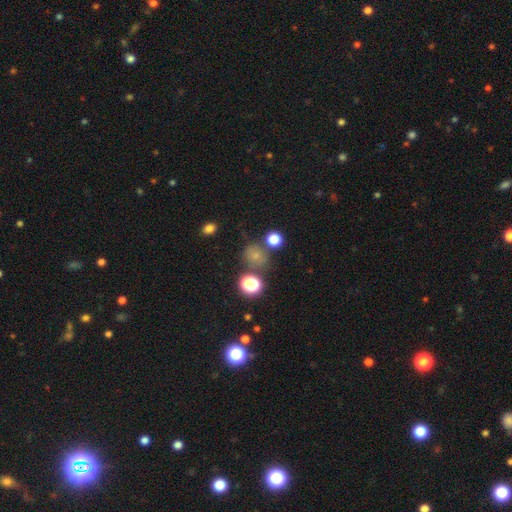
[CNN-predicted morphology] A smooth galaxy with no disk features (66%) that is round (81%). Merging: none (67%).